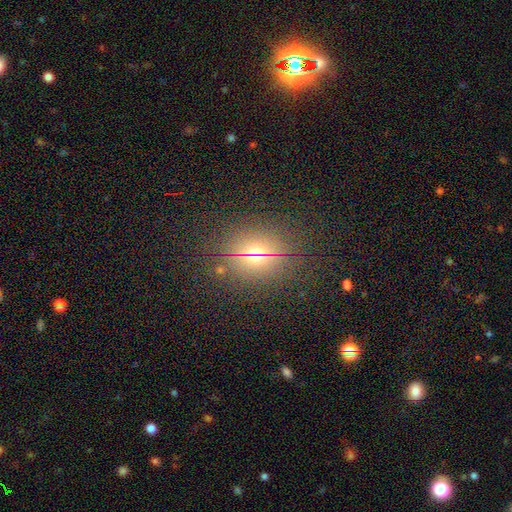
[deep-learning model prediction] Smooth or featured? Predicted: smooth (p=0.52). How rounded? Predicted: round (p=0.63). Merging? Predicted: none (p=0.86).